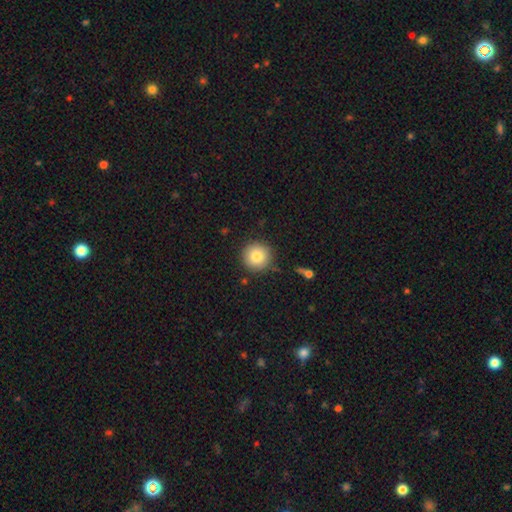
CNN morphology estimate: Q: Smooth or featured?
A: smooth (83%); runner-up: star or artifact (9%)
Q: How rounded?
A: round (95%); runner-up: in between (4%)
Q: Merging?
A: none (88%); runner-up: minor disturbance (8%)